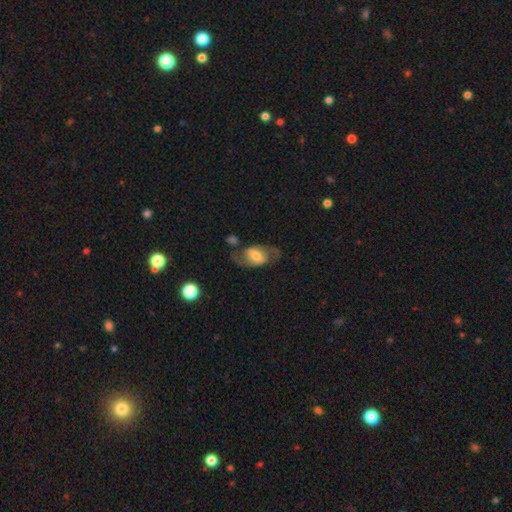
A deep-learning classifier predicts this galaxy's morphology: smooth_or_featured: featured or disk (p=0.64) [alt: smooth p=0.29]
disk_edge_on: no (p=0.94) [alt: yes p=0.06]
bar: weak (p=0.45) [alt: strong p=0.28]
has_spiral_arms: yes (p=0.80) [alt: no p=0.20]
bulge_size: moderate (p=0.55) [alt: small p=0.20]
merging: none (p=0.64) [alt: minor disturbance p=0.18]